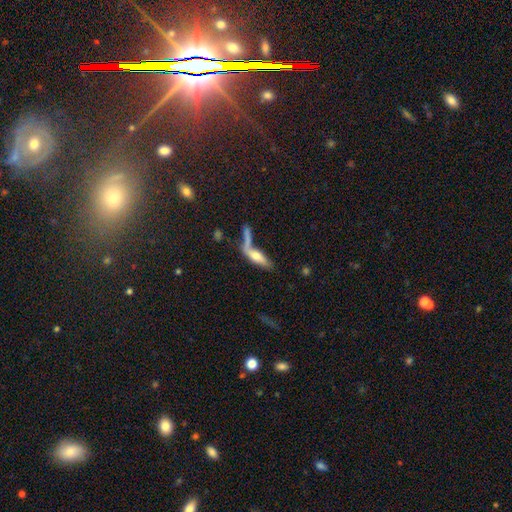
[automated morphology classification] The model was most divided on "smooth or featured": star or artifact: 46%, featured or disk: 30%, smooth: 24%.